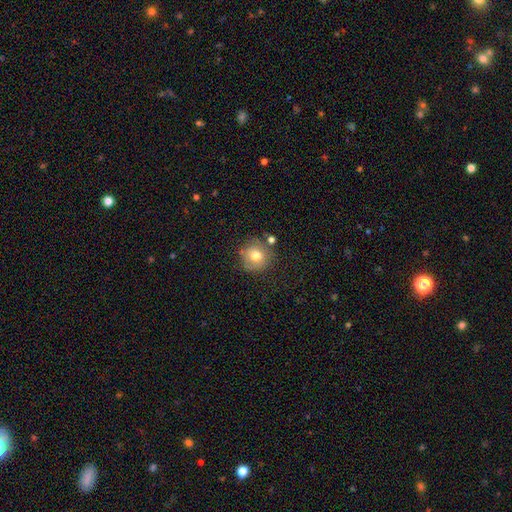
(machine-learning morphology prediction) Smooth or featured? Predicted: smooth (p=0.72). How rounded? Predicted: round (p=0.91). Merging? Predicted: none (p=0.69).